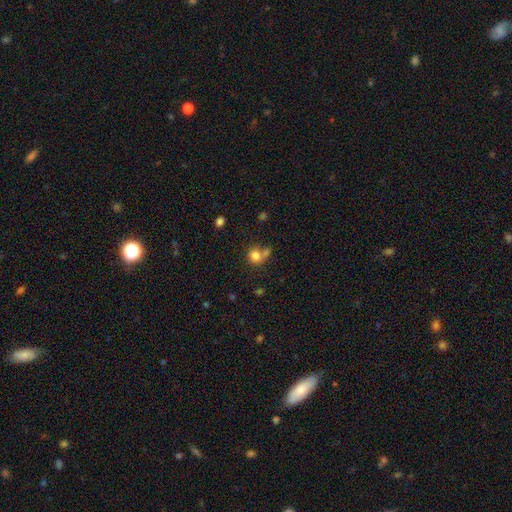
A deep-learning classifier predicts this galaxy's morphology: Smooth or featured? Predicted: smooth (p=0.80). How rounded? Predicted: round (p=0.80). Merging? Predicted: none (p=0.49).